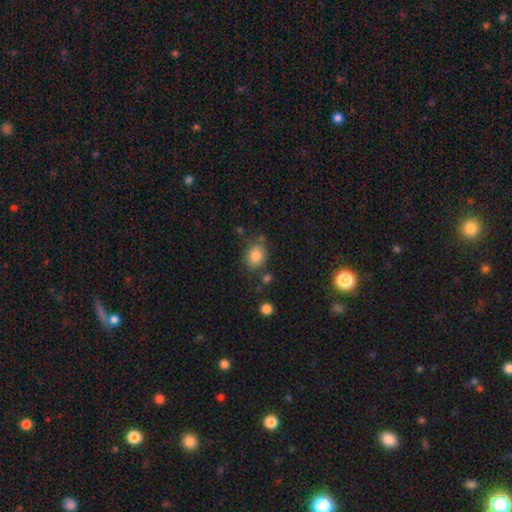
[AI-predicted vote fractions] smooth-or-featured: smooth: 83% | star or artifact: 10% | featured or disk: 7%
  how-rounded: round: 50% | in between: 49% | cigar-shaped: 1%
  merging: none: 72% | minor disturbance: 16% | merger: 7% | major disturbance: 5%